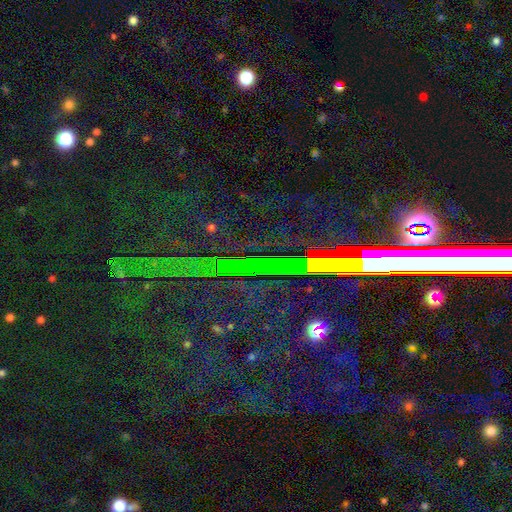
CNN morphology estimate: Smooth or featured?
  - star or artifact: 81% *
  - smooth: 10%
  - featured or disk: 9%